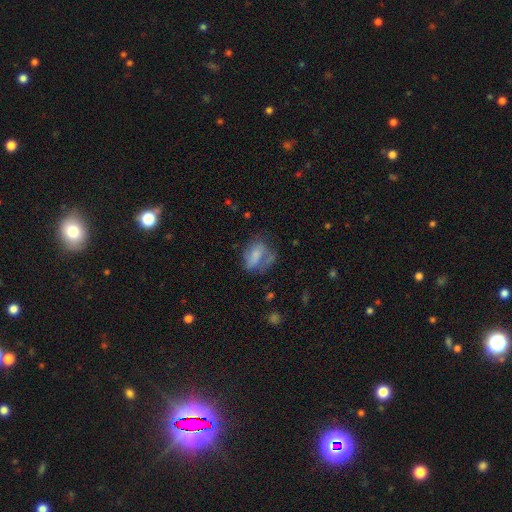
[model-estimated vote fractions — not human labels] Smooth or featured: smooth — 58% (featured or disk — 32%)
How rounded: in between — 78% (round — 18%)
Merging: none — 37% (major disturbance — 27%)